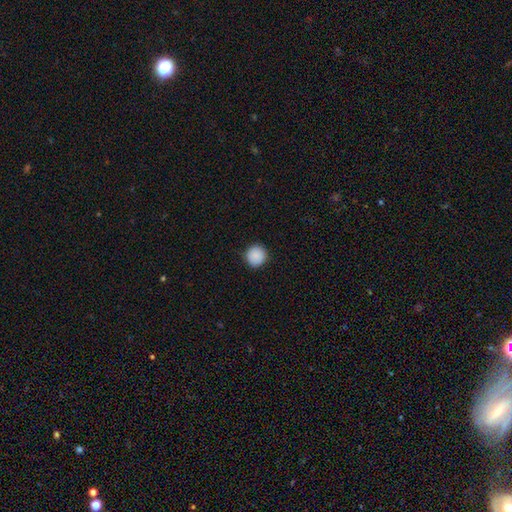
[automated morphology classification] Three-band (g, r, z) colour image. It shows a smooth galaxy with no disk features (89%) that is round (93%). Merging: none (91%).